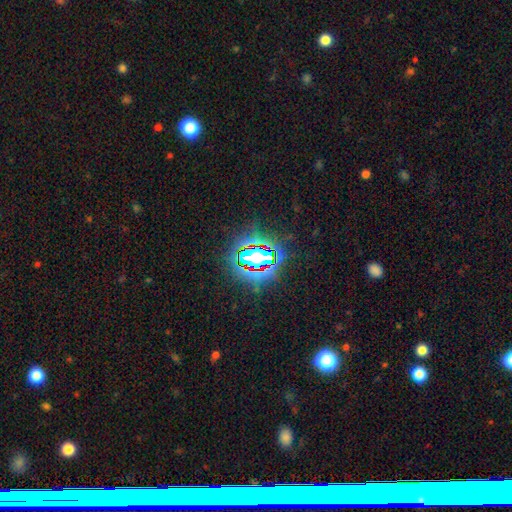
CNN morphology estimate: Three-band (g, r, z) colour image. It shows a star or artifact, not a galaxy (81%).